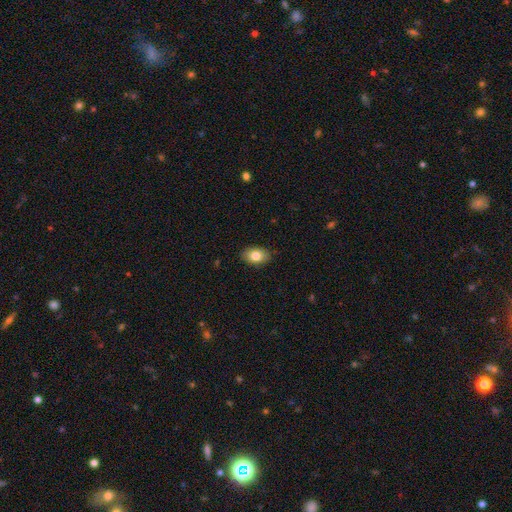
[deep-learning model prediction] smooth_or_featured: smooth (p=0.83) [alt: featured or disk p=0.10]
how_rounded: in between (p=0.85) [alt: round p=0.13]
merging: none (p=0.87) [alt: minor disturbance p=0.10]